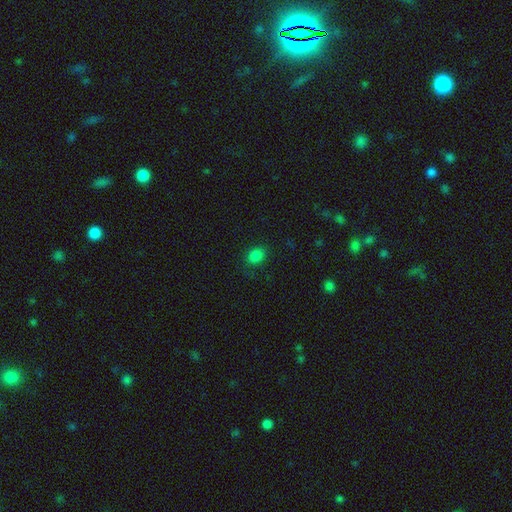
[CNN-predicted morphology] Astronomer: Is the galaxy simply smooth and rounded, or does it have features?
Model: smooth — 83%.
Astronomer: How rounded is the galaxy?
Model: in between — 51% (runner-up: round, 48%).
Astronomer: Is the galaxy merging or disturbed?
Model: none — 80%.